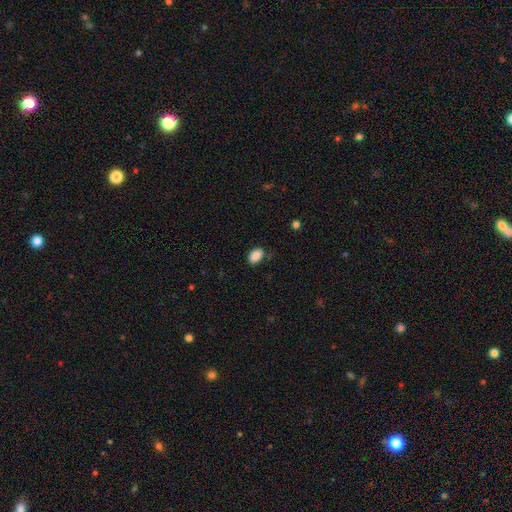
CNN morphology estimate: smooth 88%, star or artifact 8%, featured or disk 4%. Down the decision tree: how rounded — in between (91%); merging — none (80%).